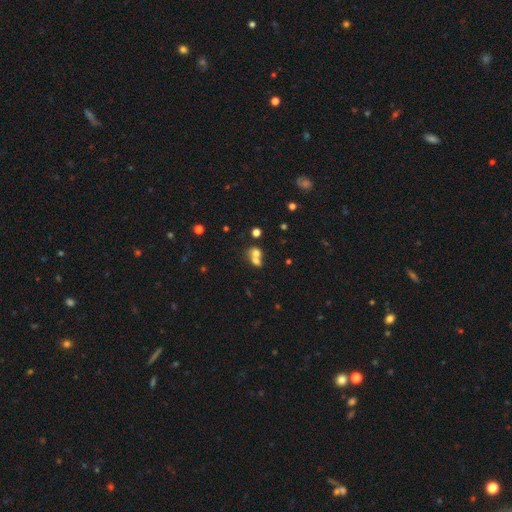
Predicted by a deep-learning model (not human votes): This is likely a smooth galaxy (67%). How rounded: likely round (61%). Merging: likely merger (64%).